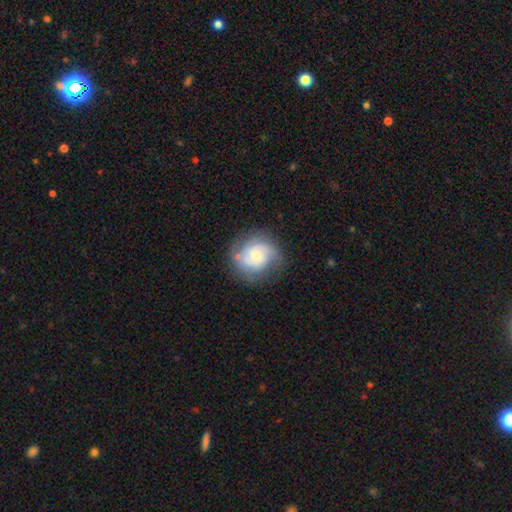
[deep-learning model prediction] A featured or disk galaxy (57%) with no bar (72%), spiral arms (86%) and a small central bulge (58%).

Vote fractions:
- Smooth or featured? featured or disk: 57% / smooth: 36% / star or artifact: 8%
- Edge-on disk? no: 98% / yes: 2%
- Bar? no: 72% / weak: 24% / strong: 4%
- Spiral arms? yes: 86% / no: 14%
- Bulge size? small: 58% / moderate: 28% / large: 7% / none: 6% / dominant: 2%
- Merging? none: 69% / minor disturbance: 19% / major disturbance: 9% / merger: 3%